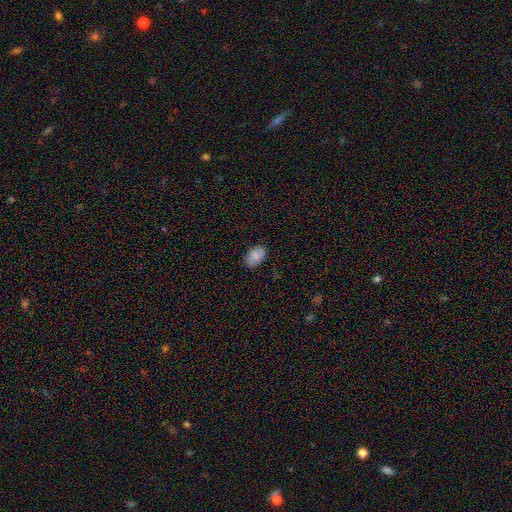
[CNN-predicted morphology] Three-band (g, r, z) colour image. It shows a smooth galaxy with no disk features (86%) that is in between round and cigar-shaped (91%). Merging: none (84%).